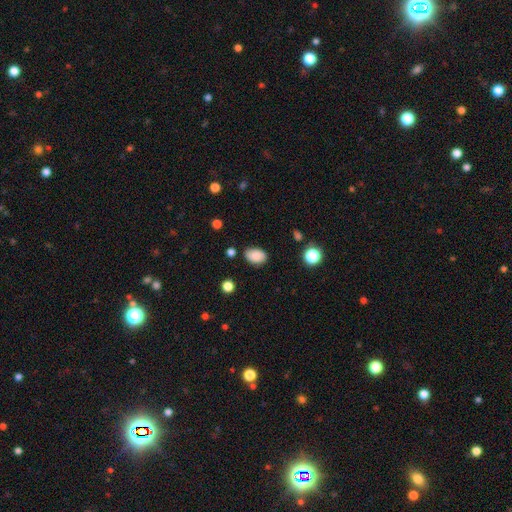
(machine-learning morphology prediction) smooth-or-featured: smooth: 85% | star or artifact: 9% | featured or disk: 6%
  how-rounded: in between: 84% | round: 15% | cigar-shaped: 1%
  merging: none: 80% | minor disturbance: 15% | major disturbance: 3% | merger: 2%